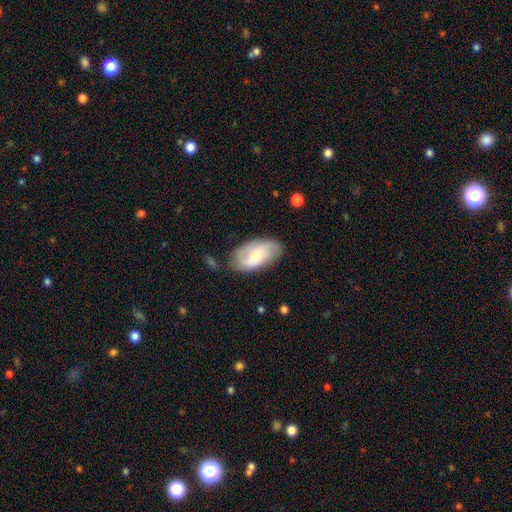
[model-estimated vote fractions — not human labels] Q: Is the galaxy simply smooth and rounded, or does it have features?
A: featured or disk — 54%.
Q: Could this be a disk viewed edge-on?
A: no — 95%.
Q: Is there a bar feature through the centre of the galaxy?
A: no — 48%.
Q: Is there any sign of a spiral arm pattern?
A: yes — 85%.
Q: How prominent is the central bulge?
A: small — 51%.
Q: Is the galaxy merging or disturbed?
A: none — 71%.